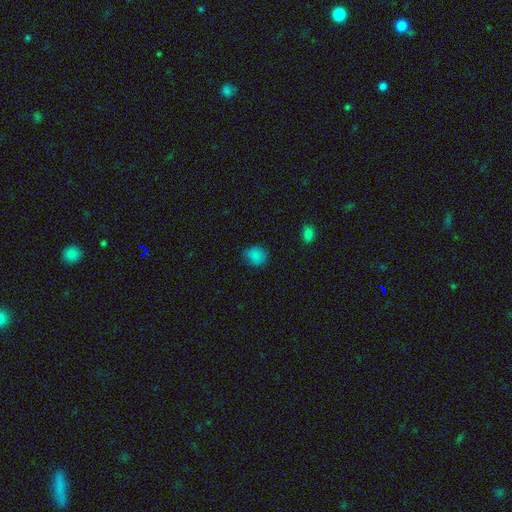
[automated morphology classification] This appears to be a smooth galaxy with no disk features (82%) that is round (69%). Merging: none (75%).